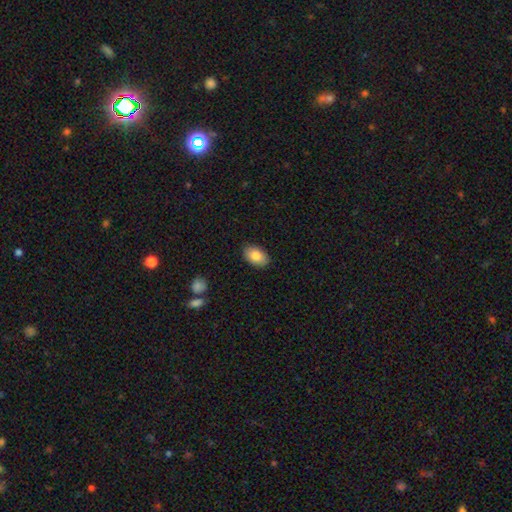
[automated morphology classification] smooth_or_featured: smooth (p=0.86) [alt: featured or disk p=0.08]
how_rounded: in between (p=0.90) [alt: round p=0.08]
merging: none (p=0.87) [alt: minor disturbance p=0.10]